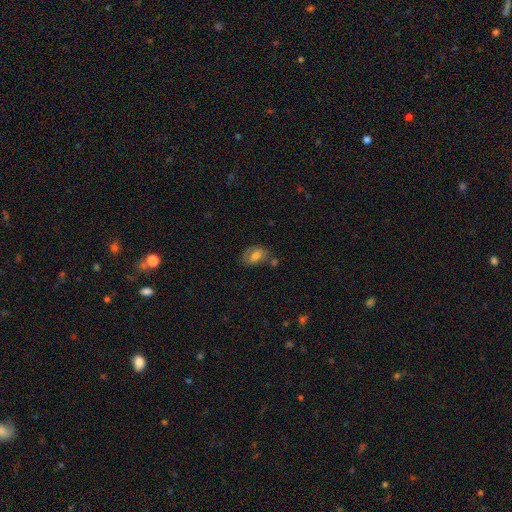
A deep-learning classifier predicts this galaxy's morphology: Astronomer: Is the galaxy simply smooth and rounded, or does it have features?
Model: smooth — 60%.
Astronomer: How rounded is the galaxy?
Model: in between — 85%.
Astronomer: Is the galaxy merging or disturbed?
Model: none — 51%.